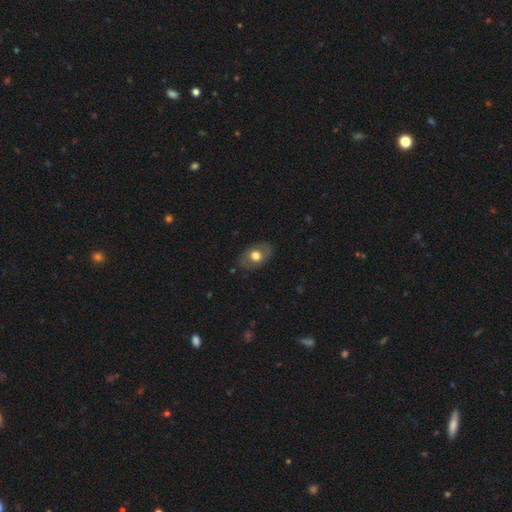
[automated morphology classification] smooth_or_featured: smooth (p=0.60) [alt: featured or disk p=0.33]
how_rounded: in between (p=0.78) [alt: round p=0.21]
merging: none (p=0.81) [alt: minor disturbance p=0.14]